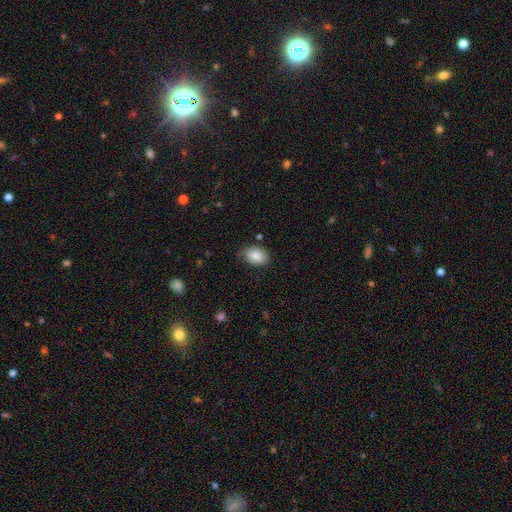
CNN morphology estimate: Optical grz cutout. It shows a smooth galaxy with no disk features (87%) that is in between round and cigar-shaped (80%). Merging: none (77%).